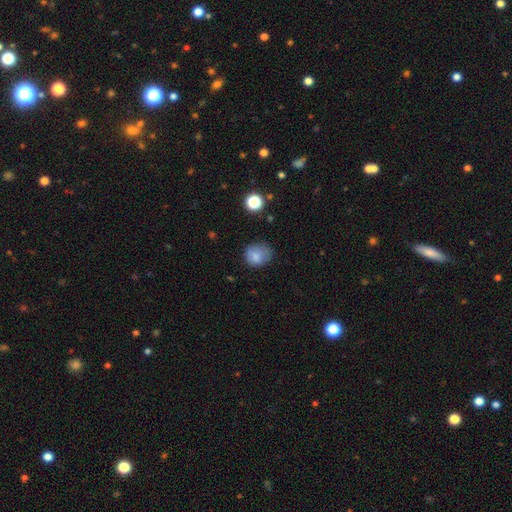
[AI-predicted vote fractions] smooth 80%, star or artifact 11%, featured or disk 9%. Down the decision tree: how rounded — round (65%); merging — none (57%).